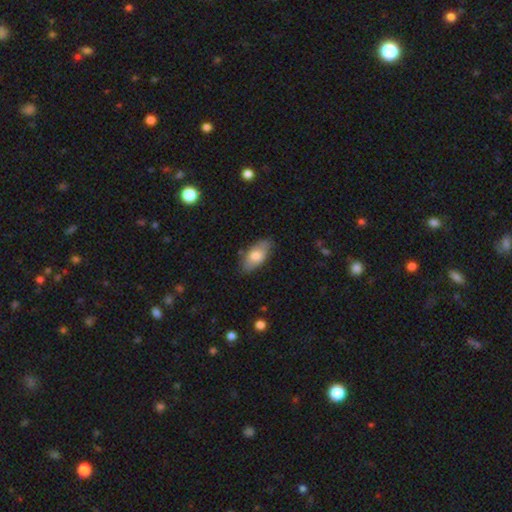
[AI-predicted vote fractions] smooth_or_featured: smooth (p=0.74) [alt: featured or disk p=0.20]
how_rounded: in between (p=0.91) [alt: cigar-shaped p=0.06]
merging: none (p=0.79) [alt: minor disturbance p=0.16]